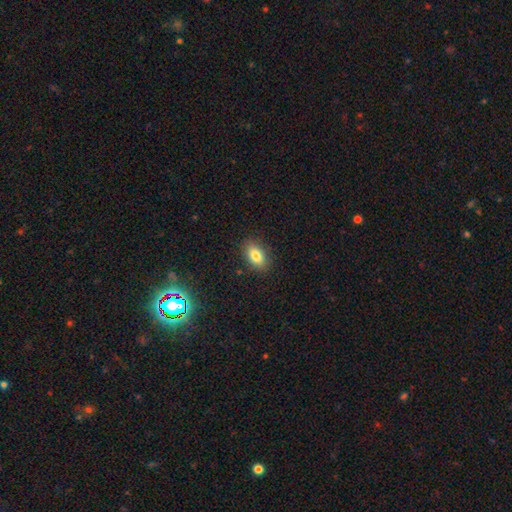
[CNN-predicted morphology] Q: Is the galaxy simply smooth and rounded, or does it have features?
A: smooth — 82%.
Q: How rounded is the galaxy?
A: in between — 89%.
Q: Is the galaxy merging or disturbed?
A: none — 87%.